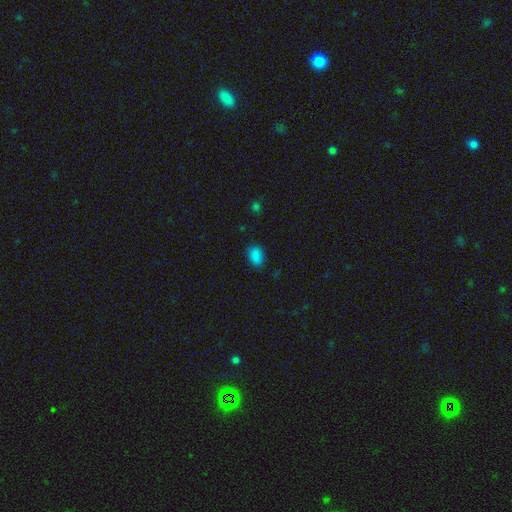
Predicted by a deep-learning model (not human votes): smooth-or-featured: smooth: 85% | star or artifact: 12% | featured or disk: 3%
  how-rounded: in between: 83% | round: 16% | cigar-shaped: 1%
  merging: none: 84% | minor disturbance: 12% | major disturbance: 3% | merger: 1%